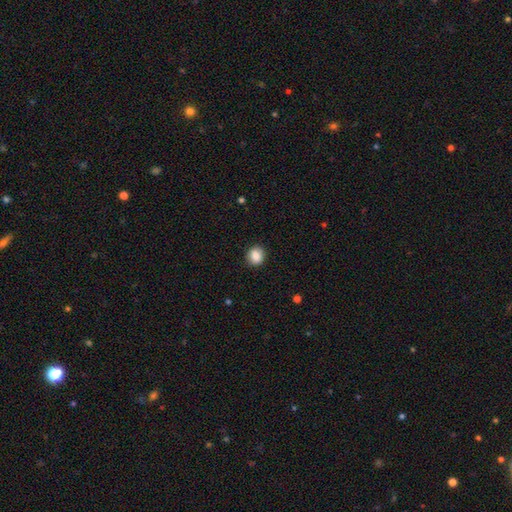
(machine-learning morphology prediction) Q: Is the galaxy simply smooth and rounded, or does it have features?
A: smooth — 86%.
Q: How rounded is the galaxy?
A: round — 74%.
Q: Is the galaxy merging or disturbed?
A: none — 88%.